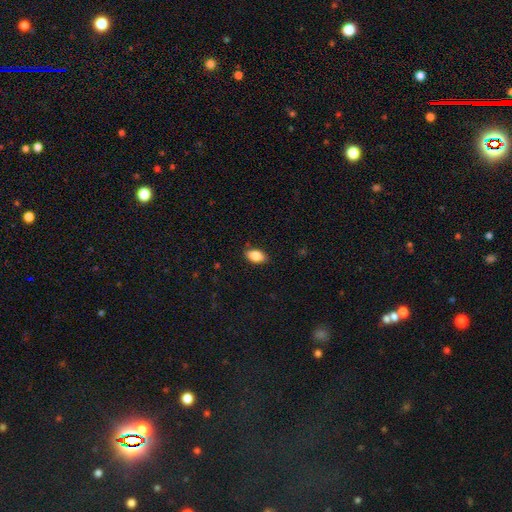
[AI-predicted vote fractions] A smooth galaxy with no disk features (86%) that is in between round and cigar-shaped (91%).

Vote fractions:
- Smooth or featured? smooth: 86% / star or artifact: 7% / featured or disk: 7%
- How rounded? in between: 91% / round: 6% / cigar-shaped: 3%
- Merging? none: 85% / minor disturbance: 12% / major disturbance: 2% / merger: 1%